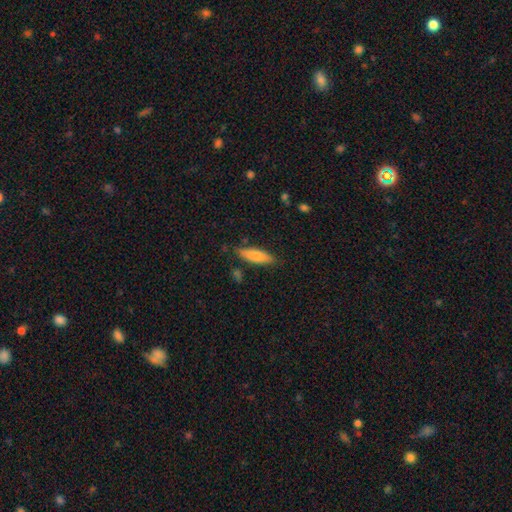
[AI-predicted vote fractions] Smooth or featured? Predicted: smooth (p=0.79). How rounded? Predicted: in between (p=0.51). Merging? Predicted: none (p=0.80).